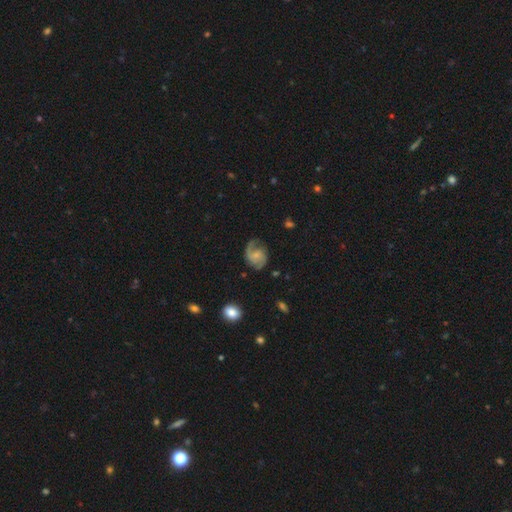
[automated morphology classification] featured or disk 76%, smooth 18%, star or artifact 6%. Down the decision tree: edge-on disk — no (98%); bar — no (63%); spiral arms — yes (94%); spiral arm count — 2 (73%); spiral winding — medium (48%); bulge size — small (59%); merging — none (63%).